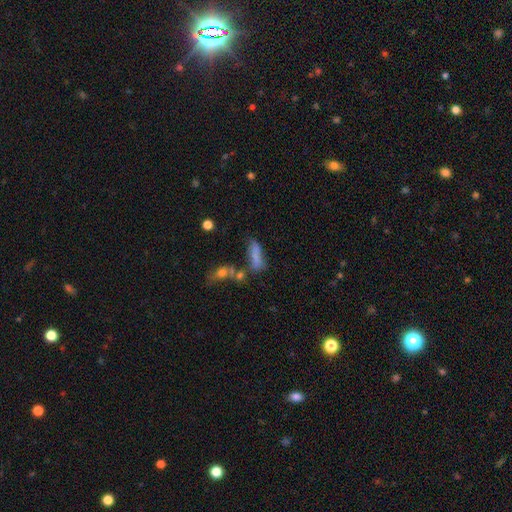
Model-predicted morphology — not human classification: Smooth or featured? Predicted: smooth (p=0.71). How rounded? Predicted: in between (p=0.53). Merging? Predicted: none (p=0.45).